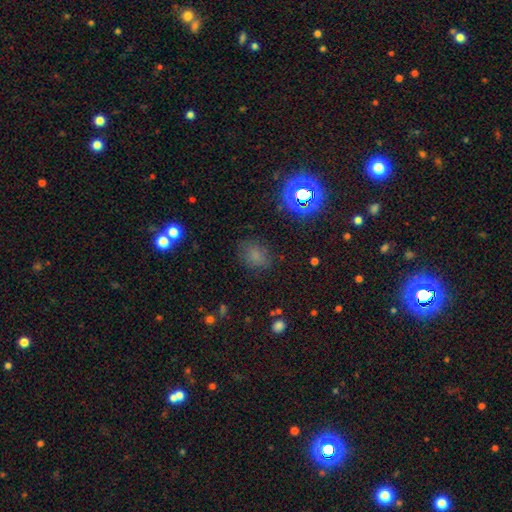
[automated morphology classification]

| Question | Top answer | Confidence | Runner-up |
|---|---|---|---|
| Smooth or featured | smooth | 68% | star or artifact (24%) |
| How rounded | in between | 55% | round (44%) |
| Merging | none | 76% | minor disturbance (16%) |